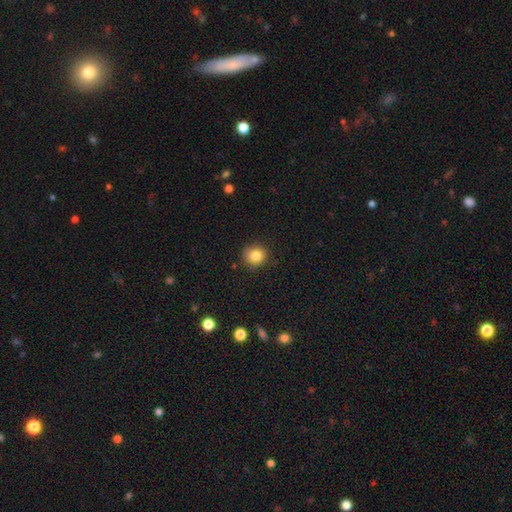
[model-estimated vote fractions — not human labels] smooth-or-featured: smooth: 84% | star or artifact: 11% | featured or disk: 6%
  how-rounded: round: 88% | in between: 11% | cigar-shaped: 1%
  merging: none: 86% | minor disturbance: 10% | major disturbance: 2% | merger: 1%